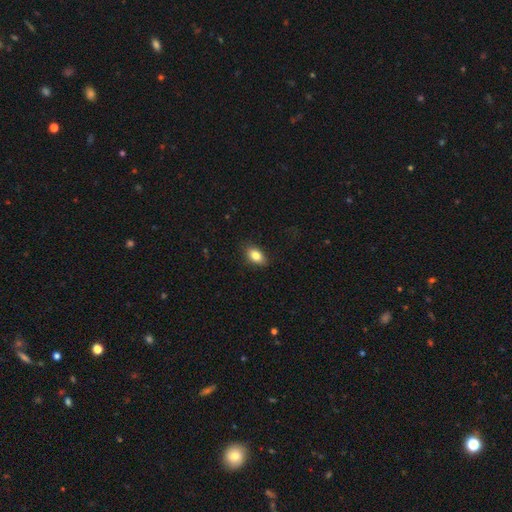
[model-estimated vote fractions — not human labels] Smooth or featured: smooth — 83% (featured or disk — 9%)
How rounded: in between — 87% (round — 10%)
Merging: none — 86% (minor disturbance — 11%)